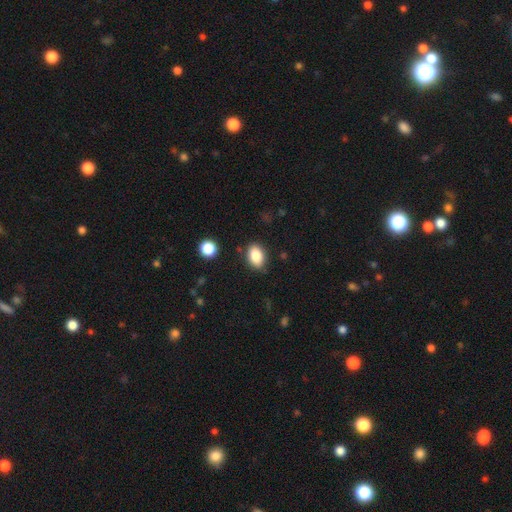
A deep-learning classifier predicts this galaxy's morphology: smooth-or-featured: smooth: 85% | star or artifact: 9% | featured or disk: 6%
  how-rounded: in between: 82% | round: 17% | cigar-shaped: 1%
  merging: none: 79% | minor disturbance: 15% | major disturbance: 3% | merger: 3%